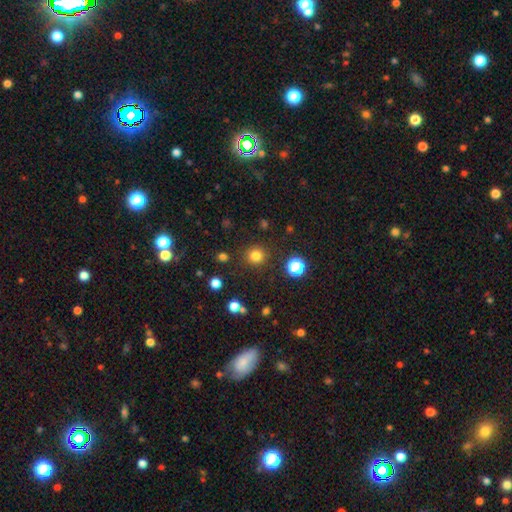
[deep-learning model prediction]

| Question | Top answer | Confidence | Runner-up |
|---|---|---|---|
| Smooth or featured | smooth | 80% | star or artifact (15%) |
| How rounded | round | 92% | in between (7%) |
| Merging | none | 88% | minor disturbance (7%) |